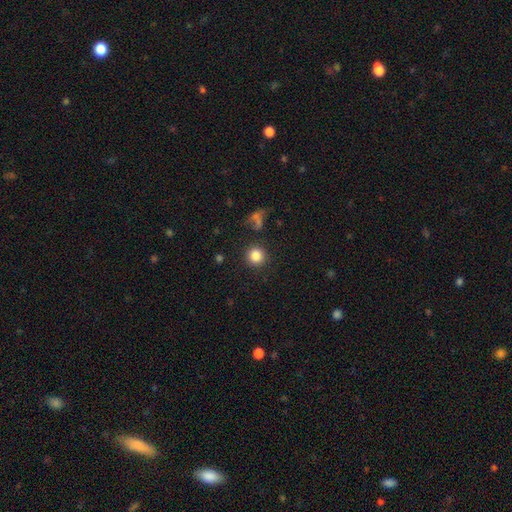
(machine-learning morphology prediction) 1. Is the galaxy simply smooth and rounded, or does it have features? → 84% smooth, 11% star or artifact, 5% featured or disk.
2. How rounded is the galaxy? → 94% round, 5% in between, 1% cigar-shaped.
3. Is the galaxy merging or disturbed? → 88% none, 6% minor disturbance, 3% major disturbance, 2% merger.